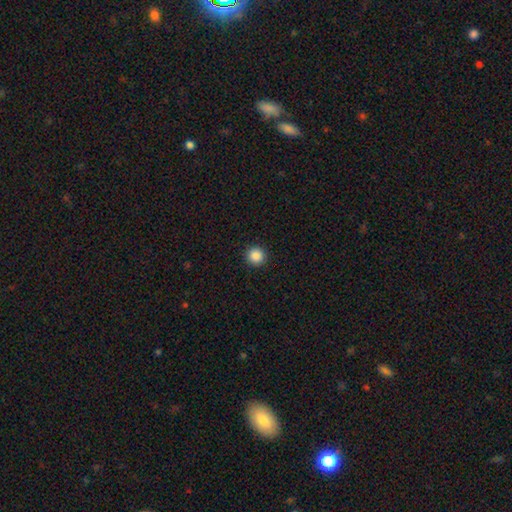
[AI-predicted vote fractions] This is clearly a smooth galaxy (88%). How rounded: clearly round (94%). Merging: clearly none (93%).